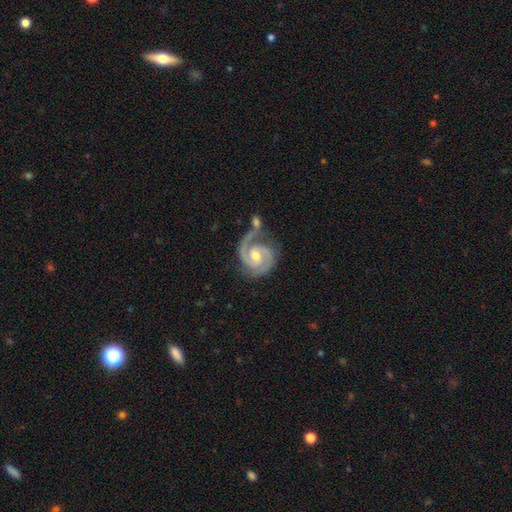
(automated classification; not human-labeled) Smooth or featured: featured or disk — 92% (smooth — 4%)
Edge-on disk: no — 98% (yes — 2%)
Bar: no — 44% (tied with weak — 44%)
Spiral arms: yes — 98% (no — 2%)
Spiral winding: tight — 52% (medium — 42%)
Spiral arm count: 2 — 86% (3 — 5%)
Bulge size: moderate — 64% (small — 31%)
Merging: none — 52% (minor disturbance — 20%)